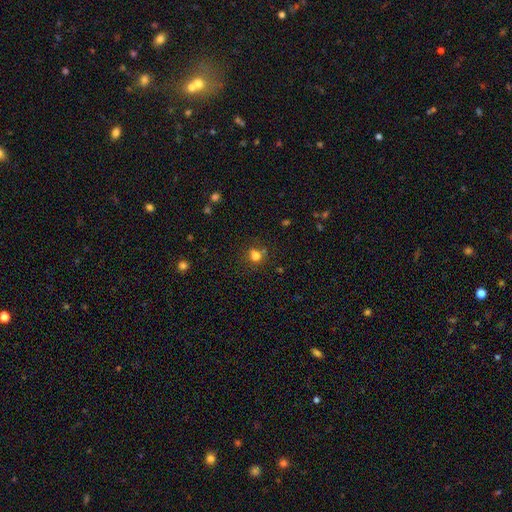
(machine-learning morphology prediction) Overall: smooth (76%). How rounded: round (77%). Merging: none (64%).